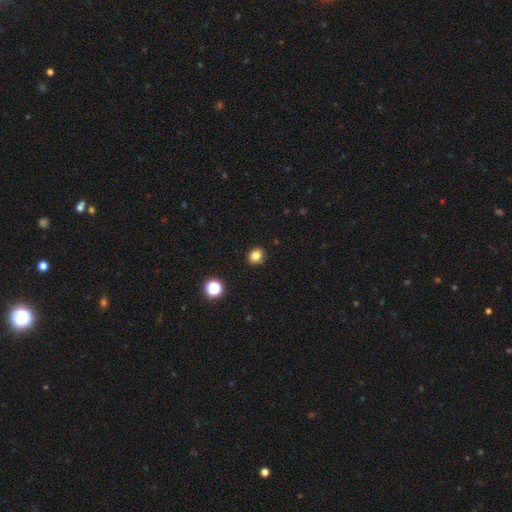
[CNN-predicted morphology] Overall: smooth (83%). How rounded: round (69%; in between 30%). Merging: none (90%).